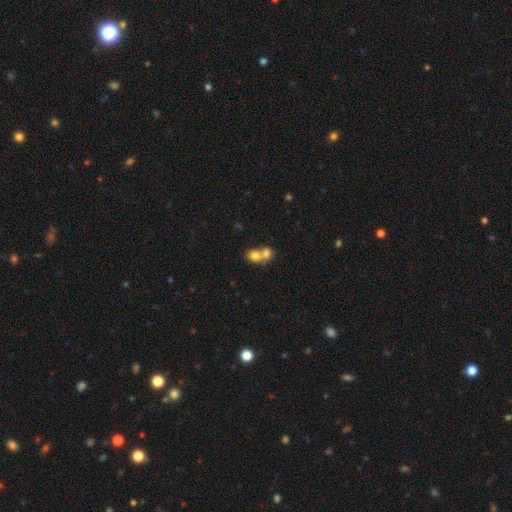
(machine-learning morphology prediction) smooth_or_featured: smooth (p=0.76) [alt: featured or disk p=0.15]
how_rounded: round (p=0.58) [alt: in between p=0.41]
merging: merger (p=0.71) [alt: none p=0.22]